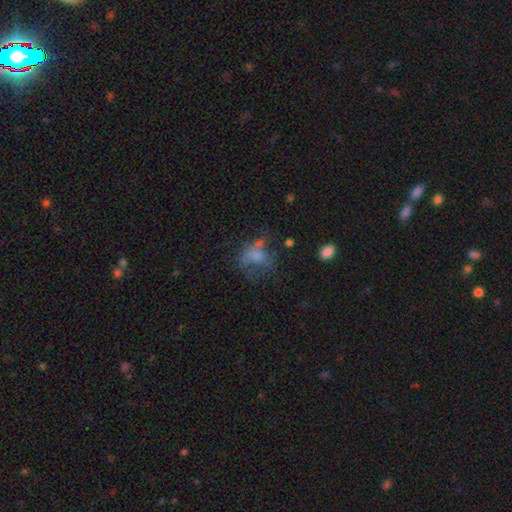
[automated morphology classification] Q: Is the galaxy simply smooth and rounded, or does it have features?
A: smooth — 47%.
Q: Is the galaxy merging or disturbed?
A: none — 35%.